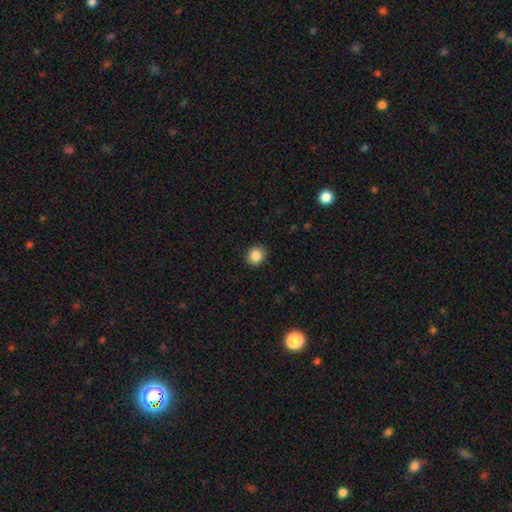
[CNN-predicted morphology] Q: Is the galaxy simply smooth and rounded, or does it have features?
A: smooth — 86%.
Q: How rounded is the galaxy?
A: round — 83%.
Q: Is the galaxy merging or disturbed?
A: none — 90%.